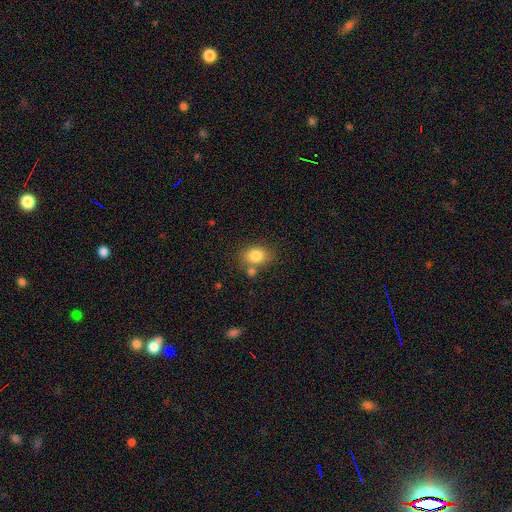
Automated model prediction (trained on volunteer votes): A smooth galaxy with no disk features (83%) that is in between round and cigar-shaped (62%). Merging: none (63%).